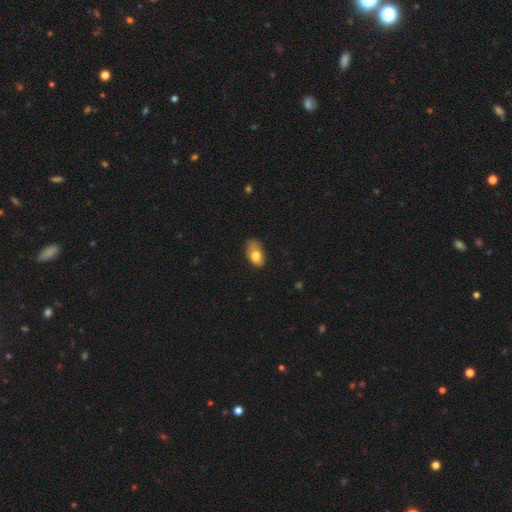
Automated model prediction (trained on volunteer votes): Overall: smooth (76%). How rounded: in between (90%). Merging: none (49%; minor disturbance 37%).